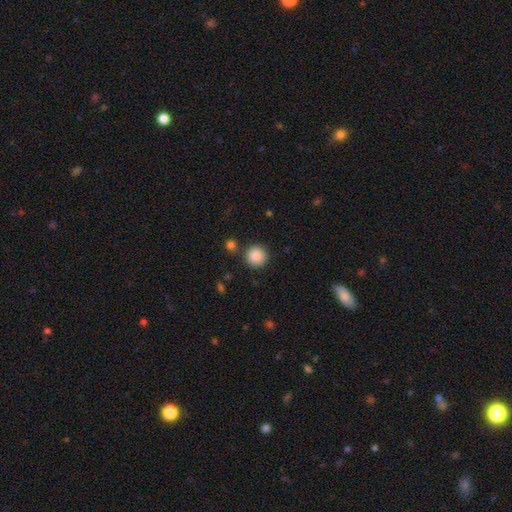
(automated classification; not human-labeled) Smooth or featured?
  - smooth: 88% *
  - star or artifact: 9%
  - featured or disk: 4%
How rounded?
  - round: 94% *
  - in between: 5%
  - cigar-shaped: 1%
Merging?
  - none: 85% *
  - minor disturbance: 7%
  - merger: 5%
  - major disturbance: 2%